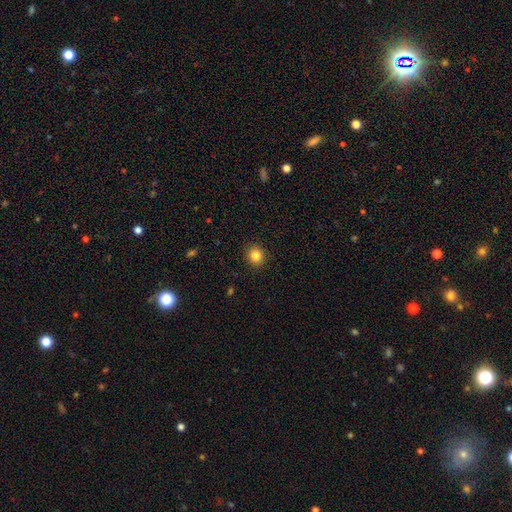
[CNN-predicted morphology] smooth 84%, star or artifact 11%, featured or disk 5%. Down the decision tree: how rounded — round (83%); merging — none (91%).